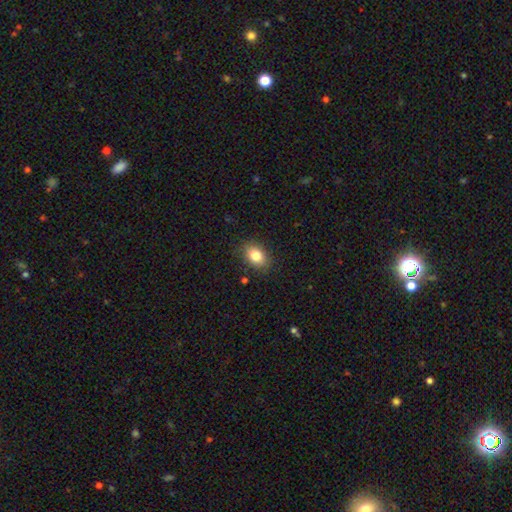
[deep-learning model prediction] This appears to be a smooth galaxy with no disk features (82%) that is in between round and cigar-shaped (76%). Merging: none (85%).